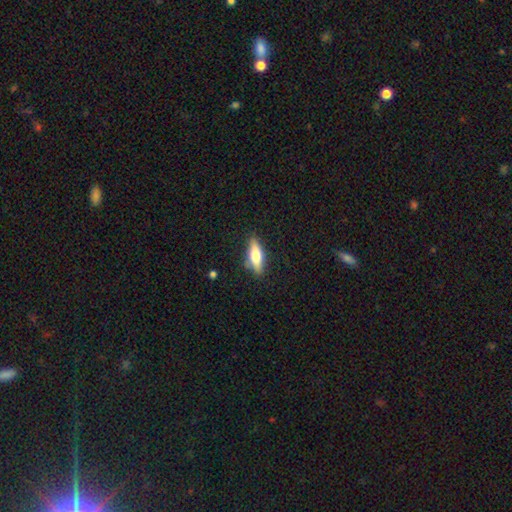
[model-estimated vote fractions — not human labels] A smooth galaxy with no disk features (60%) that is in between round and cigar-shaped (53%). Merging: none (83%).